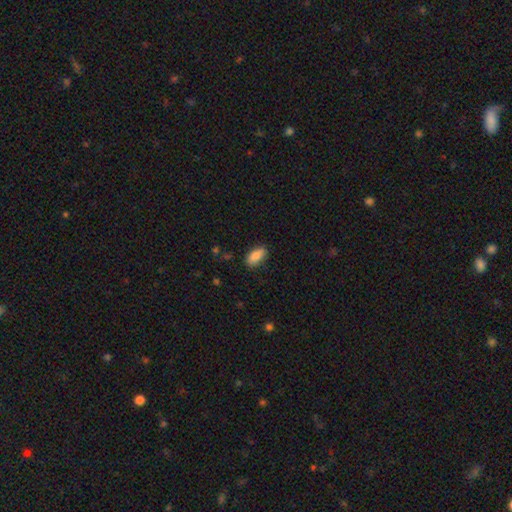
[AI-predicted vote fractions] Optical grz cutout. It shows a smooth galaxy with no disk features (85%) that is in between round and cigar-shaped (89%). Merging: none (86%).